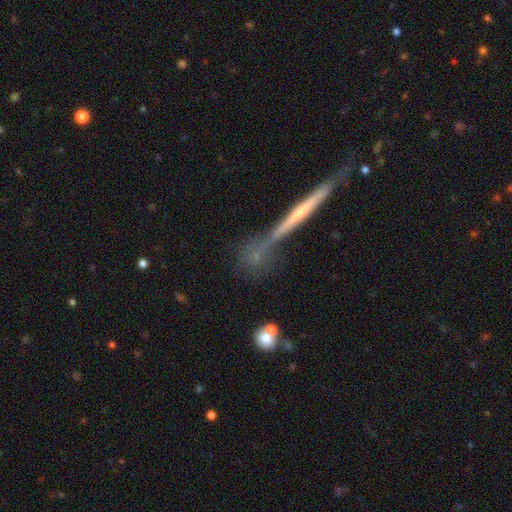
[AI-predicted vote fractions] Smooth or featured? Predicted: featured or disk (p=0.45). Merging? Predicted: none (p=0.64).